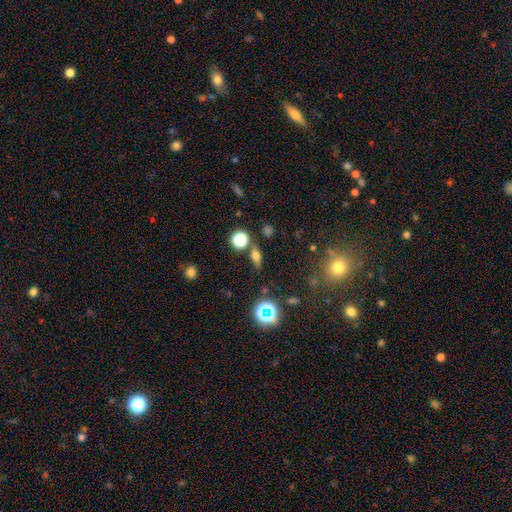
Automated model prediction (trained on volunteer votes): A smooth galaxy with no disk features (56%) that is in between round and cigar-shaped (54%).

Vote fractions:
- Smooth or featured? smooth: 56% / star or artifact: 24% / featured or disk: 20%
- How rounded? in between: 54% / round: 26% / cigar-shaped: 20%
- Merging? none: 74% / minor disturbance: 13% / merger: 8% / major disturbance: 5%